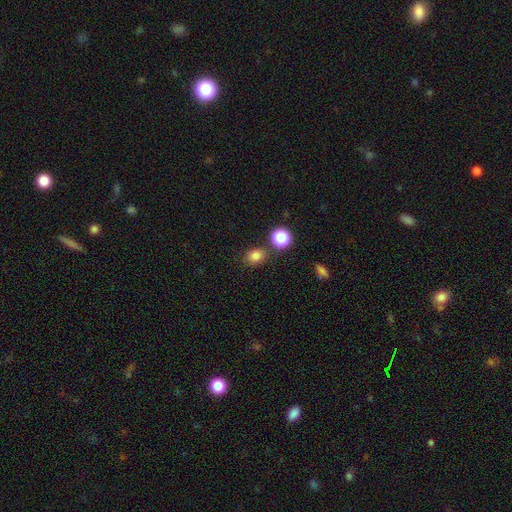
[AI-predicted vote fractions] Smooth or featured? Predicted: smooth (p=0.81). How rounded? Predicted: round (p=0.53). Merging? Predicted: none (p=0.77).